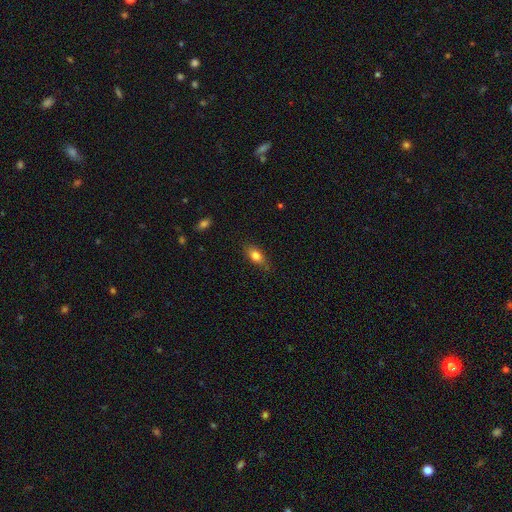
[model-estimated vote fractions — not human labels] This appears to be a smooth galaxy with no disk features (80%) that is in between round and cigar-shaped (83%). Merging: none (78%).